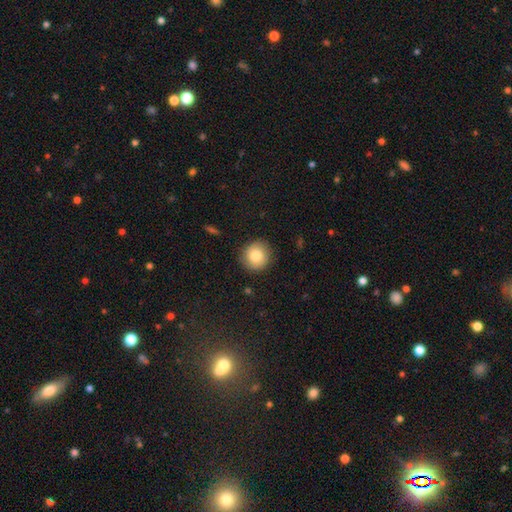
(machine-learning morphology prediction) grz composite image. It shows a smooth galaxy with no disk features (82%) that is round (93%). Merging: none (88%).